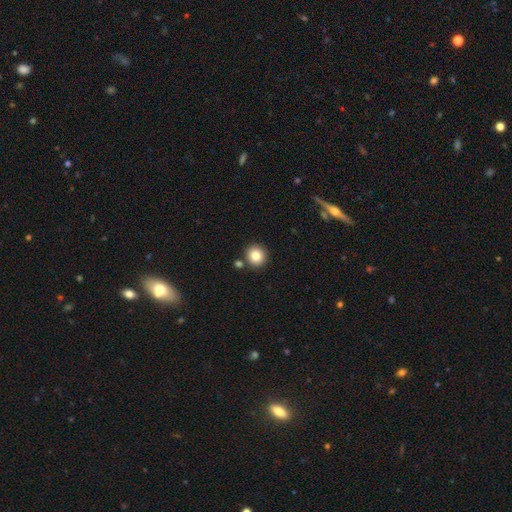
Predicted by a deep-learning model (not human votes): Smooth or featured: smooth — 83% (star or artifact — 10%)
How rounded: round — 91% (in between — 8%)
Merging: none — 83% (merger — 8%)